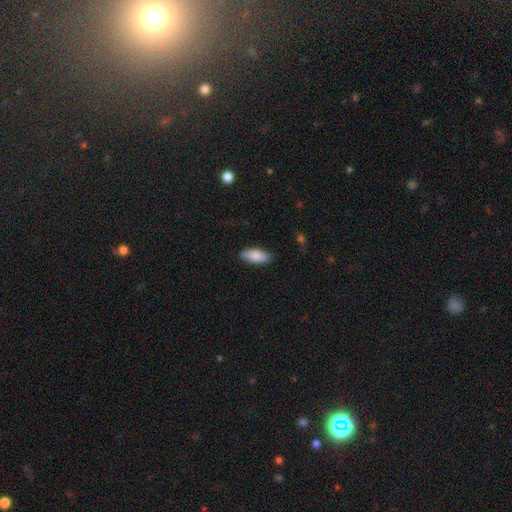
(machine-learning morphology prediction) A smooth galaxy with no disk features (88%) that is in between round and cigar-shaped (87%).

Vote fractions:
- Smooth or featured? smooth: 88% / featured or disk: 7% / star or artifact: 6%
- How rounded? in between: 87% / cigar-shaped: 11% / round: 2%
- Merging? none: 85% / minor disturbance: 12% / major disturbance: 2% / merger: 1%